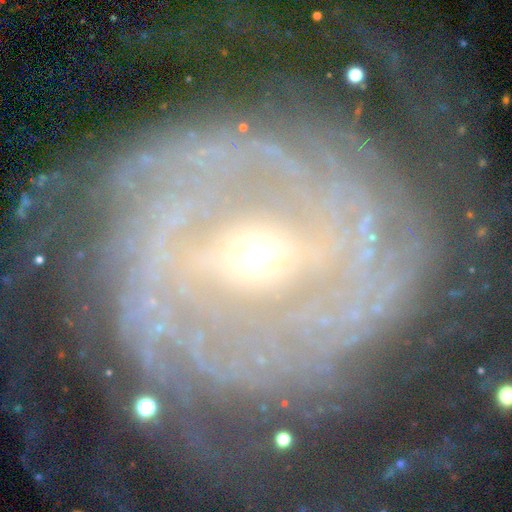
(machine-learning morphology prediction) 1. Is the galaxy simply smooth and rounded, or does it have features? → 89% featured or disk, 6% star or artifact, 5% smooth.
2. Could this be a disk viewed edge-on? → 97% no, 3% yes.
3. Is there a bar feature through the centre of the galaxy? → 43% strong, 40% weak, 17% no.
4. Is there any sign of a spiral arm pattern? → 95% yes, 5% no.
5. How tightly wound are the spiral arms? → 70% tight, 23% medium, 7% loose.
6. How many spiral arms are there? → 33% can't tell, 23% 2, 14% 4, 13% 3, 10% more than 4, 7% 1.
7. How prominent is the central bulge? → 64% small, 31% moderate, 3% large, 1% none, 1% dominant.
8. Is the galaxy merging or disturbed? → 67% none, 16% minor disturbance, 16% major disturbance, 2% merger.